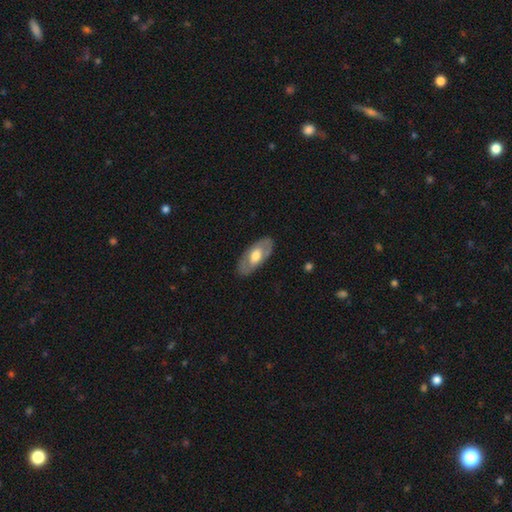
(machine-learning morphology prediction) The model was most divided on "smooth or featured": smooth: 48%, featured or disk: 47%, star or artifact: 5%. More confident: merging — none (83%).